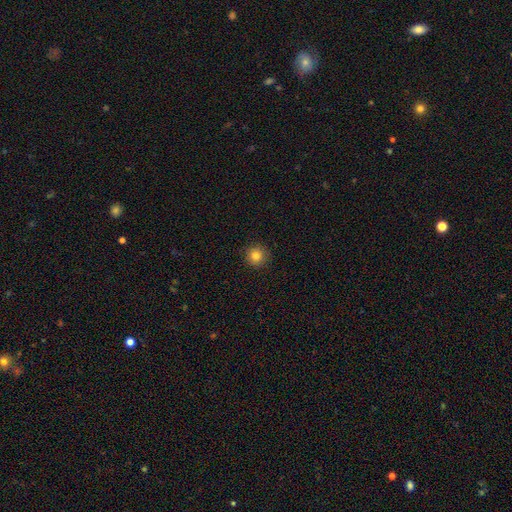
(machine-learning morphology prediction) type=smooth (82%); roundness=round (94%); merging=none (91%).